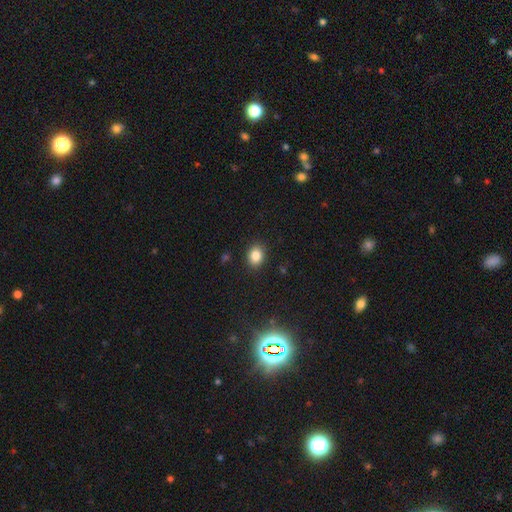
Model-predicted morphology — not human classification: A smooth galaxy with no disk features (84%) that is in between round and cigar-shaped (53%).

Vote fractions:
- Smooth or featured? smooth: 84% / star or artifact: 10% / featured or disk: 5%
- How rounded? in between: 53% / round: 46% / cigar-shaped: 1%
- Merging? none: 88% / minor disturbance: 8% / major disturbance: 2% / merger: 1%